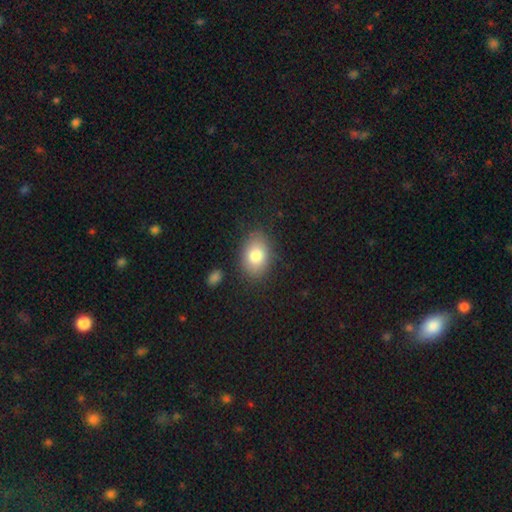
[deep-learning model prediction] Morphology: type=smooth (82%); roundness=in between (82%); merging=none (82%).